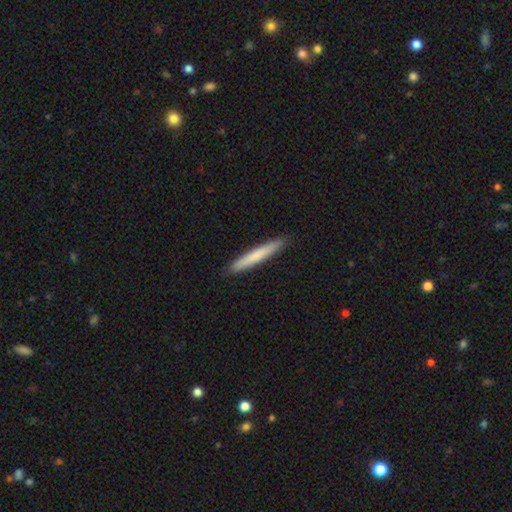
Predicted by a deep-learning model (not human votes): Overall: smooth (72%). How rounded: cigar-shaped (96%). Merging: none (91%).